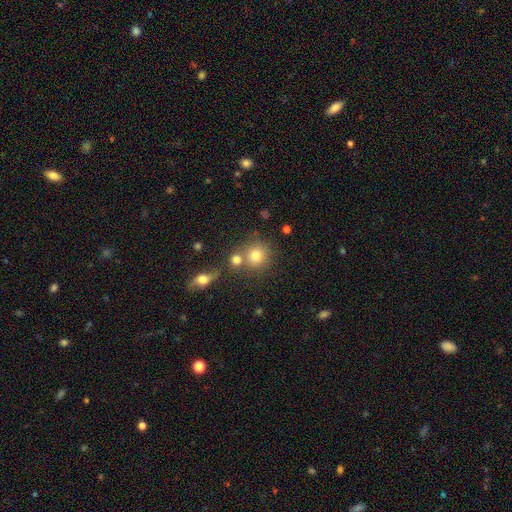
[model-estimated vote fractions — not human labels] This is likely a smooth galaxy (77%). How rounded: clearly round (87%). Merging: likely none (62%).